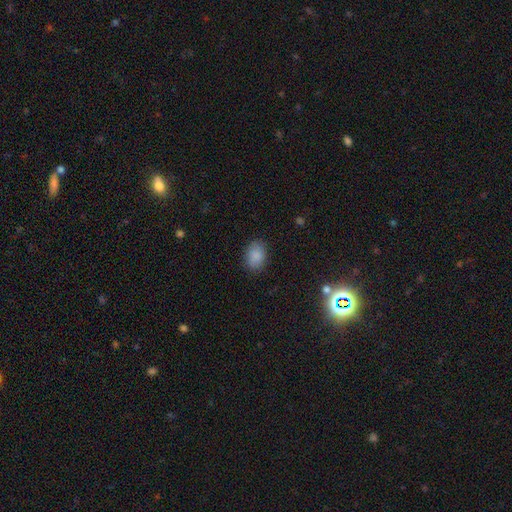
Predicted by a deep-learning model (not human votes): Morphology: type=smooth (88%); roundness=in between (76%); merging=none (86%).